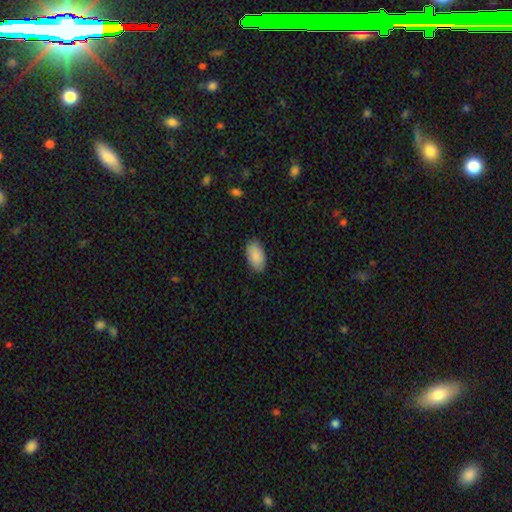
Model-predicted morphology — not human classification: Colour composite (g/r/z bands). It shows a smooth galaxy with no disk features (90%) that is in between round and cigar-shaped (95%). Merging: none (85%).